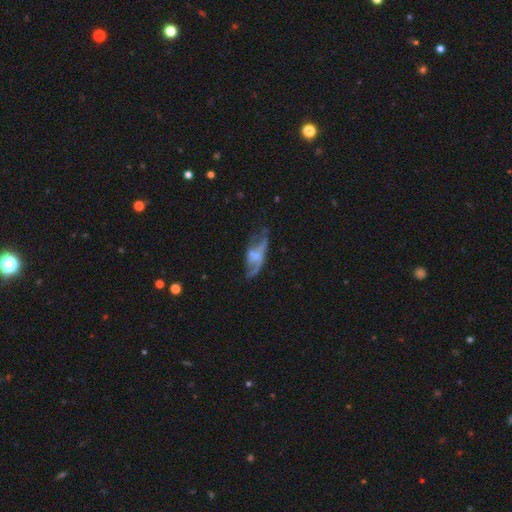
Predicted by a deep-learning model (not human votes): This is likely a featured or disk galaxy (63%). It is clearly not viewed edge-on (84%). Bar: likely no (66%). Spiral arm pattern: possibly yes (52%). Central bulge: possibly small (54%). Merging: marginally none (35%).